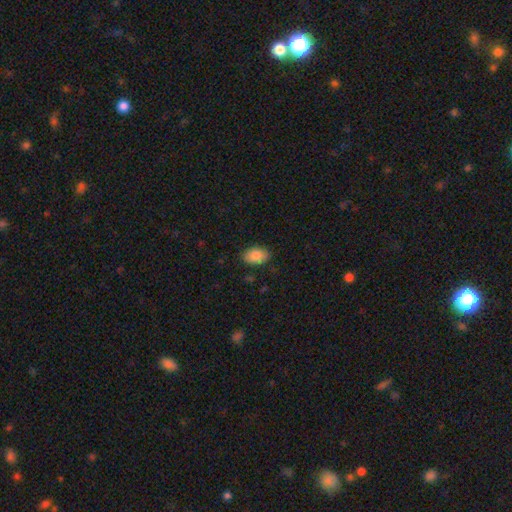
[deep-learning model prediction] Overall: smooth (87%). How rounded: in between (89%). Merging: none (86%).